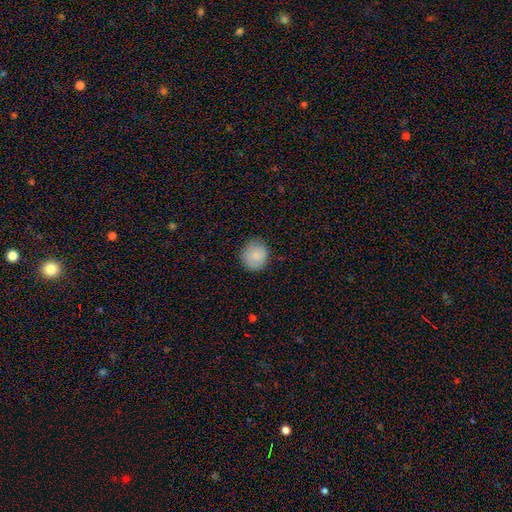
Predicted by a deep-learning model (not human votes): The model was most divided on "how rounded": round: 85%, in between: 14%, cigar-shaped: 1%. More confident: smooth or featured — smooth (87%); merging — none (86%).